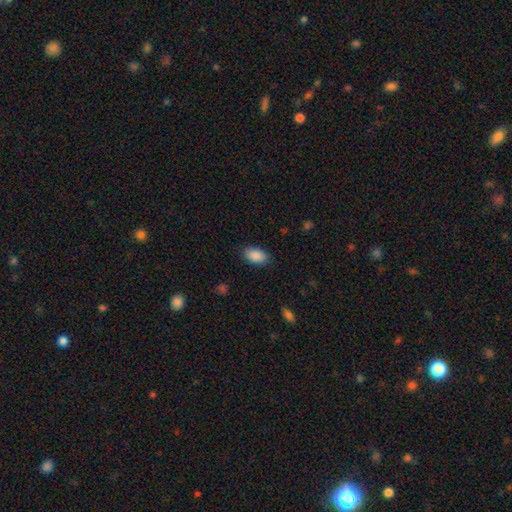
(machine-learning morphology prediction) smooth_or_featured: smooth (p=0.89) [alt: star or artifact p=0.07]
how_rounded: in between (p=0.93) [alt: round p=0.05]
merging: none (p=0.85) [alt: minor disturbance p=0.11]